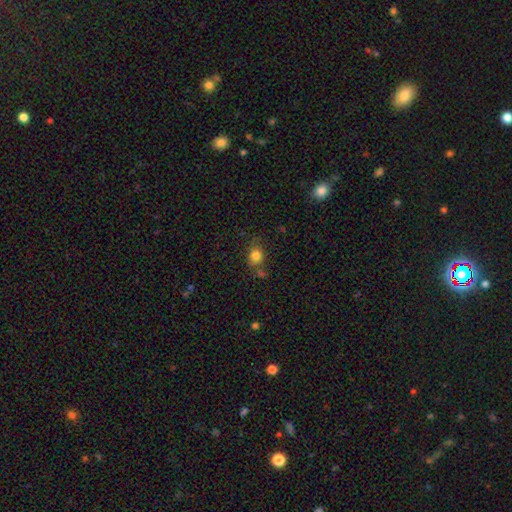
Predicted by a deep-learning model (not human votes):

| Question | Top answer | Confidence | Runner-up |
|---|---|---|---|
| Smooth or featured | smooth | 81% | star or artifact (12%) |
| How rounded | round | 68% | in between (31%) |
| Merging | none | 69% | minor disturbance (16%) |